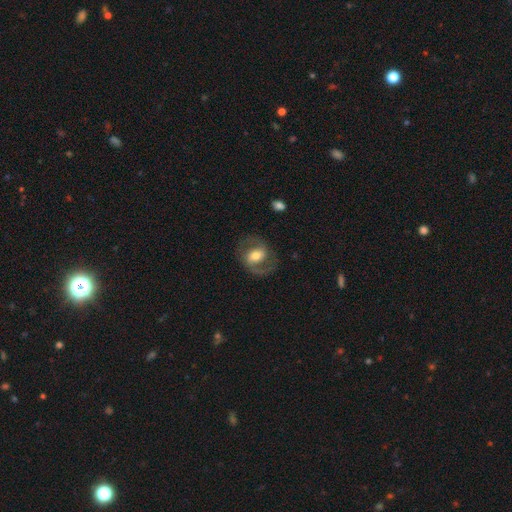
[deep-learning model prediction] Morphology: type=featured or disk (74%); edge-on=no (97%); bar=weak (42%); spiral arms=yes (87%); winding=medium (55%); arm count=2 (88%); bulge=moderate (66%); merging=none (76%).